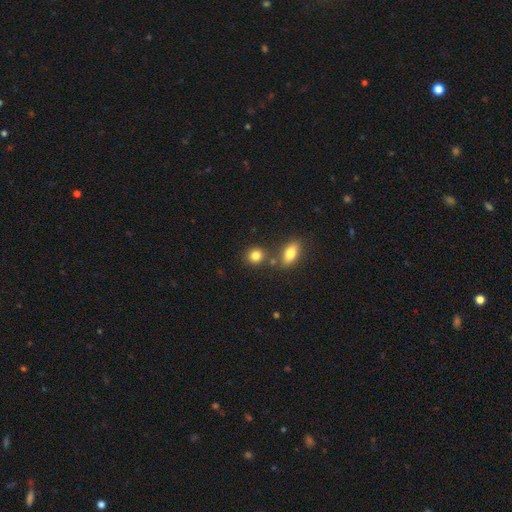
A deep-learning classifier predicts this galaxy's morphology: smooth 83%, star or artifact 10%, featured or disk 7%. Down the decision tree: how rounded — round (76%); merging — none (71%).